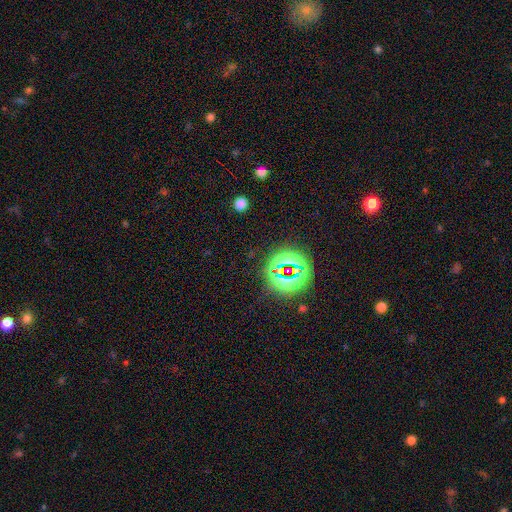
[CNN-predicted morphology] Smooth or featured? Predicted: star or artifact (p=0.72).